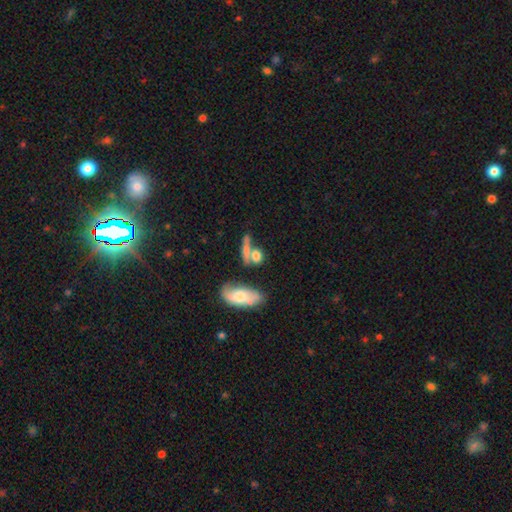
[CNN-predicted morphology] Overall: smooth (69%). How rounded: in between (47%; round 31%). Merging: none (41%; merger 37%).